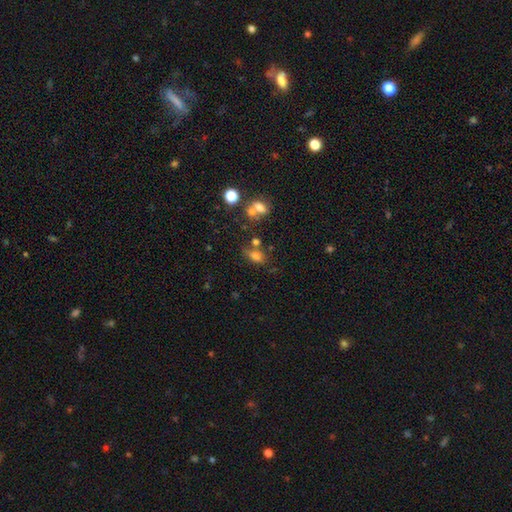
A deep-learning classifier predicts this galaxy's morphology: The model was most divided on "merging": none: 56%, merger: 19%, minor disturbance: 18%, major disturbance: 7%. More confident: how rounded — in between (75%); smooth or featured — smooth (74%).